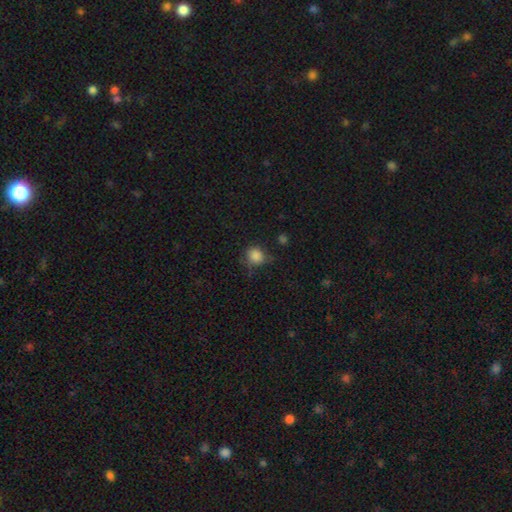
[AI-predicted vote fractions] smooth_or_featured: smooth (p=0.85) [alt: star or artifact p=0.10]
how_rounded: round (p=0.79) [alt: in between p=0.20]
merging: none (p=0.60) [alt: minor disturbance p=0.28]